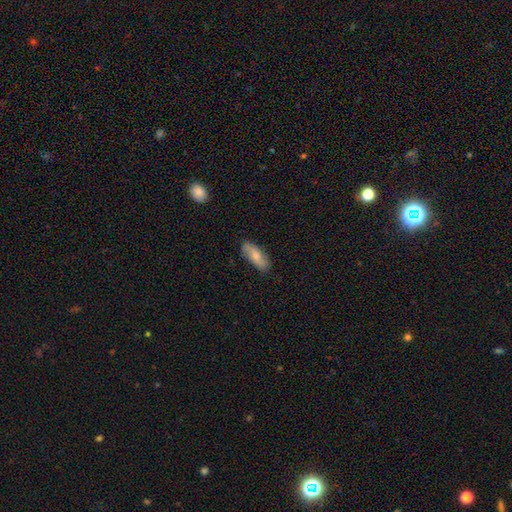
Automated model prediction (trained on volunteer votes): Q: Smooth or featured?
A: smooth (64%); runner-up: featured or disk (30%)
Q: How rounded?
A: in between (77%); runner-up: cigar-shaped (20%)
Q: Merging?
A: none (82%); runner-up: minor disturbance (14%)